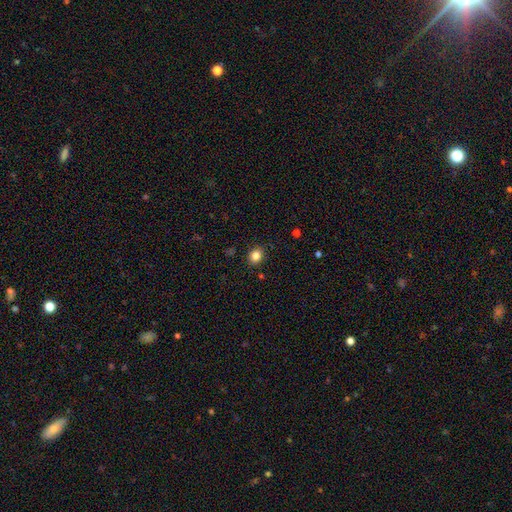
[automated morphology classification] type=smooth (83%); roundness=round (66%); merging=none (89%).